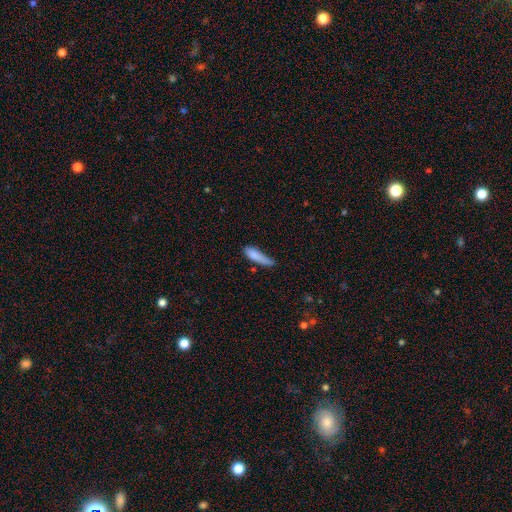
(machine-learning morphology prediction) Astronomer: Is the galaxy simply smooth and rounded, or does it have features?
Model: smooth — 81%.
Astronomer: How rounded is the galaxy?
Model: cigar-shaped — 62%.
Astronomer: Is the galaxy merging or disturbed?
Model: minor disturbance — 38% (runner-up: none, 37%).